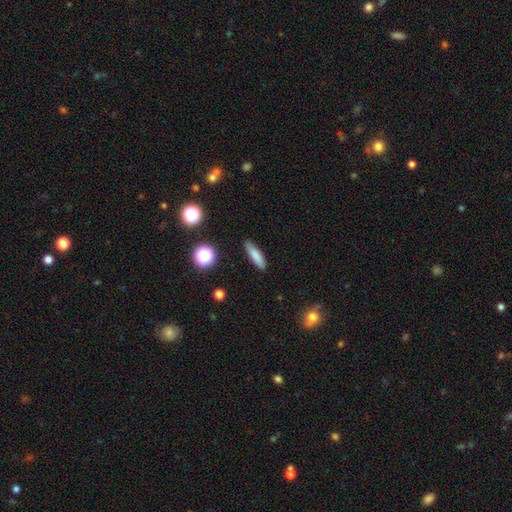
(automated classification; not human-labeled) A smooth galaxy with no disk features (80%) that is cigar-shaped (67%).

Vote fractions:
- Smooth or featured? smooth: 80% / featured or disk: 10% / star or artifact: 10%
- How rounded? cigar-shaped: 67% / in between: 30% / round: 3%
- Merging? none: 86% / minor disturbance: 10% / major disturbance: 2% / merger: 2%